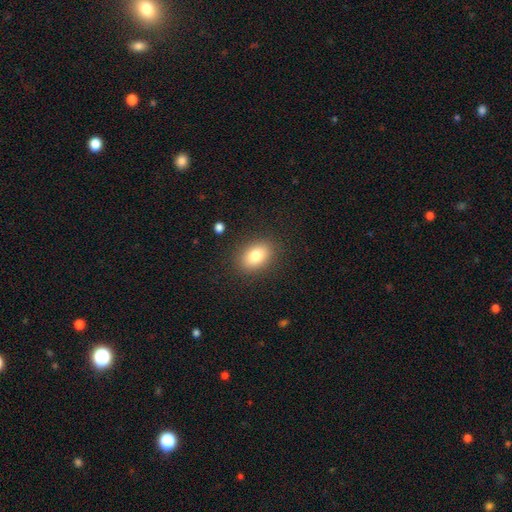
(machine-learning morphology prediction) Smooth or featured? Predicted: smooth (p=0.81). How rounded? Predicted: in between (p=0.80). Merging? Predicted: none (p=0.86).